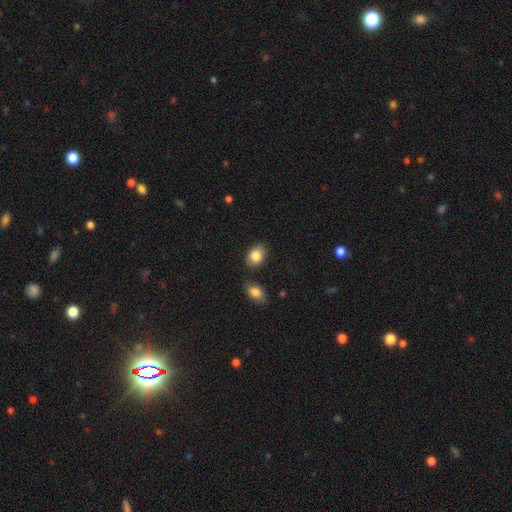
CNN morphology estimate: Q: Smooth or featured?
A: smooth (85%); runner-up: star or artifact (7%)
Q: How rounded?
A: in between (77%); runner-up: round (22%)
Q: Merging?
A: none (77%); runner-up: minor disturbance (13%)